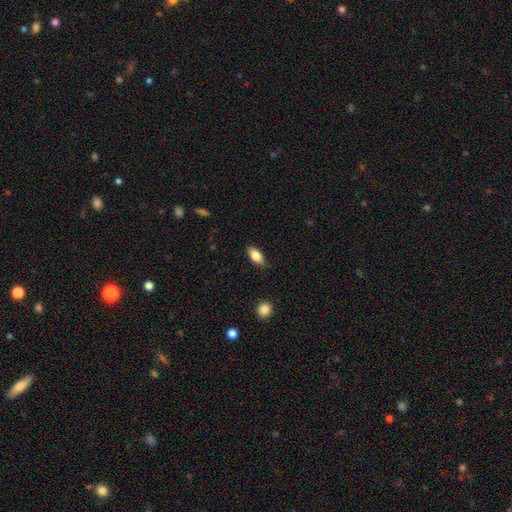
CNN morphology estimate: Smooth or featured? smooth (81%)
How rounded? in between (88%)
Merging? none (84%)